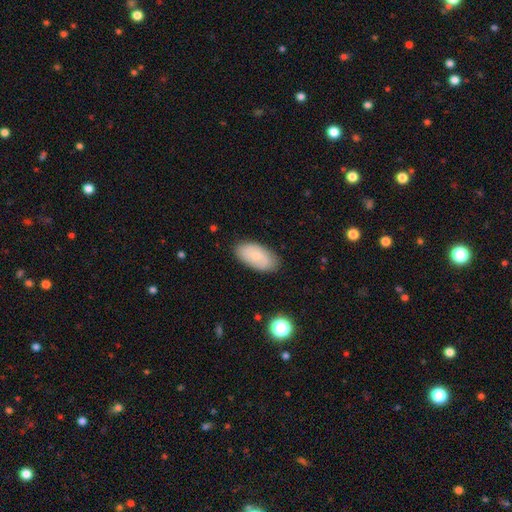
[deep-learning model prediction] Smooth or featured: smooth — 62% (featured or disk — 31%)
How rounded: in between — 94% (cigar-shaped — 4%)
Merging: none — 84% (minor disturbance — 12%)